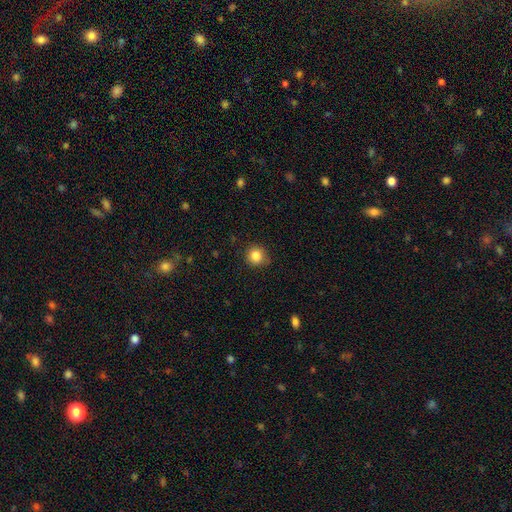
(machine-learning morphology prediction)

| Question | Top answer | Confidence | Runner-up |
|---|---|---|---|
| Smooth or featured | smooth | 85% | star or artifact (10%) |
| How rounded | round | 89% | in between (11%) |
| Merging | none | 85% | minor disturbance (12%) |